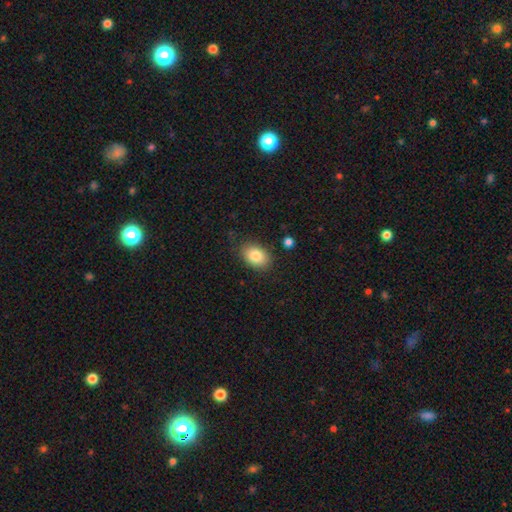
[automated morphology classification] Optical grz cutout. It shows a smooth galaxy with no disk features (84%) that is in between round and cigar-shaped (80%). Merging: none (82%).